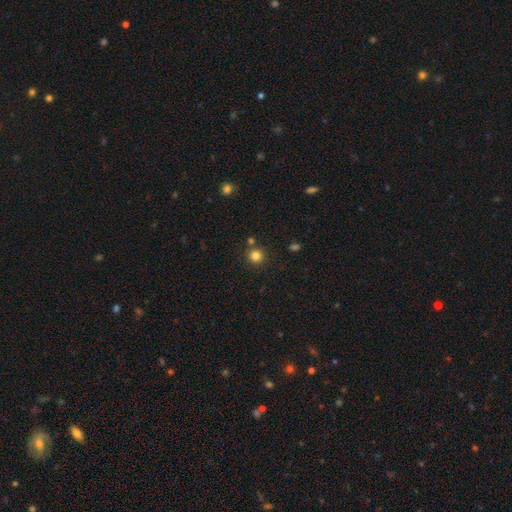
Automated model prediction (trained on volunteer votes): This appears to be a smooth galaxy with no disk features (82%) that is round (93%). Merging: none (83%).